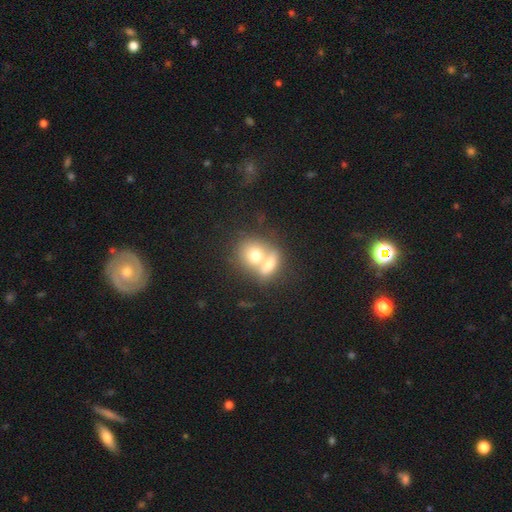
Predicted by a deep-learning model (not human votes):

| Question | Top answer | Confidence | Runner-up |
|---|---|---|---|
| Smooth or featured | smooth | 69% | featured or disk (23%) |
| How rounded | round | 59% | in between (39%) |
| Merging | merger | 67% | none (23%) |